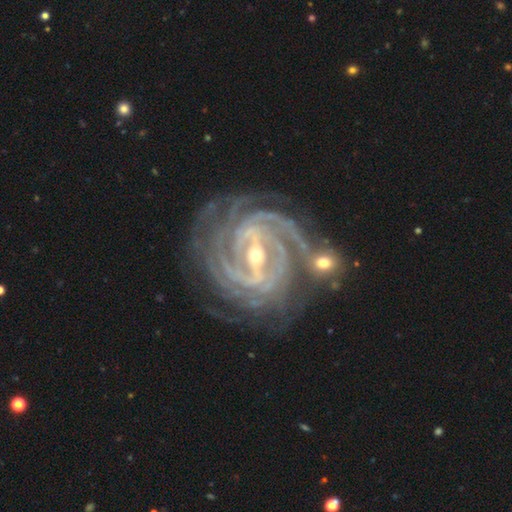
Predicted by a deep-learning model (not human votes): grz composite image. It shows a featured or disk galaxy (94%) with a strong bar (67%), 4 (32%) tight (83%) spiral arms (98%) and a small central bulge (56%). Merging: none (70%).